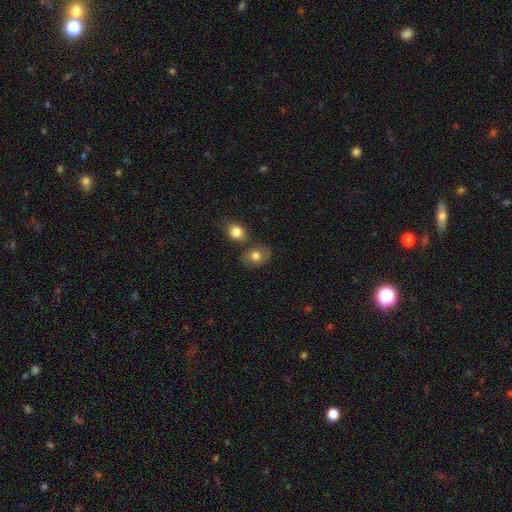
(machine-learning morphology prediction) smooth_or_featured: smooth (p=0.77) [alt: featured or disk p=0.14]
how_rounded: in between (p=0.63) [alt: round p=0.36]
merging: none (p=0.60) [alt: merger p=0.21]